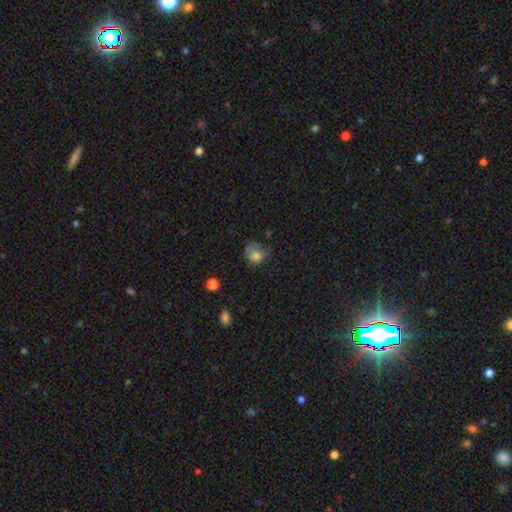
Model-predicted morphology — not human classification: Q: Smooth or featured?
A: smooth (74%); runner-up: featured or disk (15%)
Q: How rounded?
A: round (59%); runner-up: in between (40%)
Q: Merging?
A: none (34%); runner-up: minor disturbance (33%)